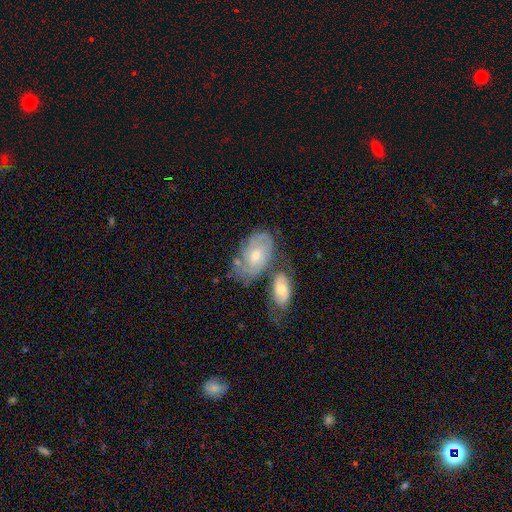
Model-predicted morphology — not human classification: Smooth or featured?
  - featured or disk: 72% *
  - smooth: 21%
  - star or artifact: 7%
Edge-on disk?
  - no: 95% *
  - yes: 5%
Bar?
  - no: 73% *
  - weak: 23%
  - strong: 4%
Spiral arms?
  - yes: 86% *
  - no: 14%
Spiral winding?
  - tight: 64% *
  - medium: 28%
  - loose: 8%
Spiral arm count?
  - can't tell: 46% *
  - 2: 33%
  - 3: 11%
  - 1: 4%
  - 4: 4%
  - more than 4: 3%
Bulge size?
  - moderate: 53% *
  - small: 42%
  - large: 3%
  - none: 2%
  - dominant: 1%
Merging?
  - none: 43% *
  - merger: 32%
  - minor disturbance: 17%
  - major disturbance: 9%